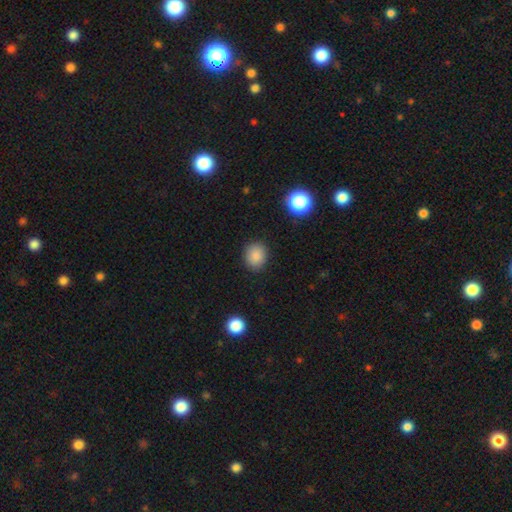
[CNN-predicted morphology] This appears to be a smooth galaxy with no disk features (86%) that is round (70%). Merging: none (89%).